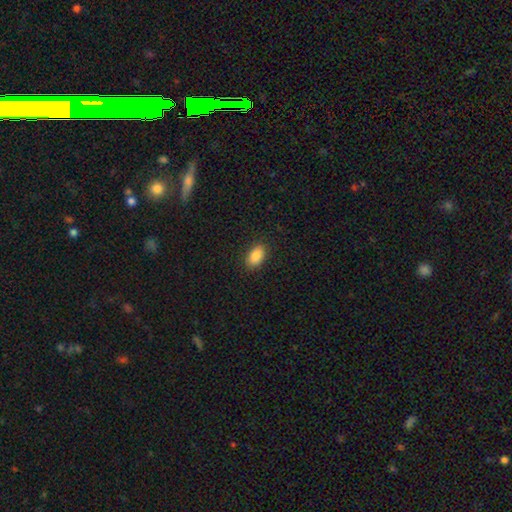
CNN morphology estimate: A smooth galaxy with no disk features (88%) that is in between round and cigar-shaped (92%). Merging: none (88%).